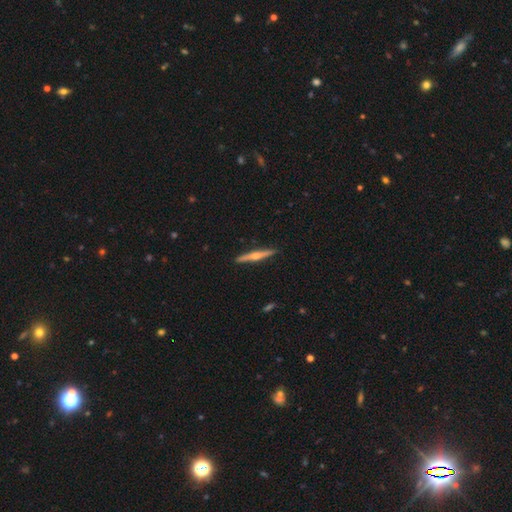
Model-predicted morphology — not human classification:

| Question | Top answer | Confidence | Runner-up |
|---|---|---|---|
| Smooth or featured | featured or disk | 71% | smooth (24%) |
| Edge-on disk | yes | 98% | no (2%) |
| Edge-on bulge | rounded | 91% | none (6%) |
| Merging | none | 92% | minor disturbance (6%) |